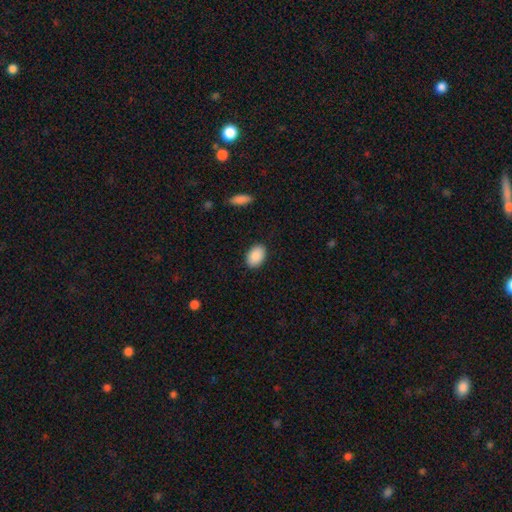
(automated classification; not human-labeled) A smooth galaxy with no disk features (90%) that is in between round and cigar-shaped (86%). Merging: none (88%).